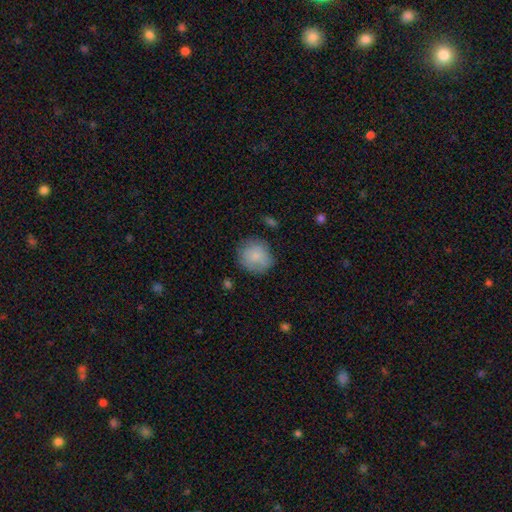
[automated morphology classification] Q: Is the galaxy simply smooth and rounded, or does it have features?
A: smooth — 80%.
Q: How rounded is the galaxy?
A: round — 88%.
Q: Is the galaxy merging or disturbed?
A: none — 73%.